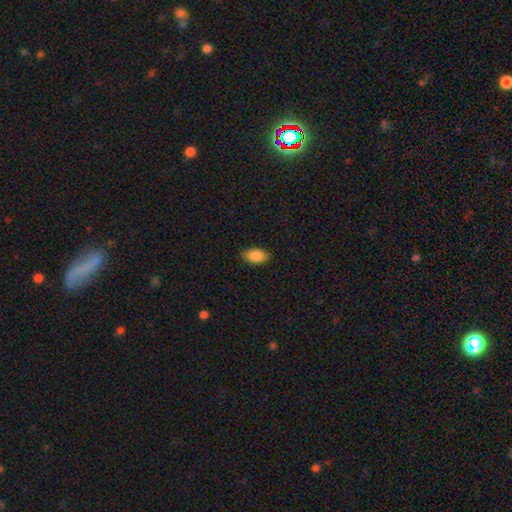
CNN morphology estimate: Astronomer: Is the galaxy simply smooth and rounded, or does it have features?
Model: smooth — 86%.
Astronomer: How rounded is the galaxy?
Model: in between — 92%.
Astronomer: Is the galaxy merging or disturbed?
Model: none — 86%.